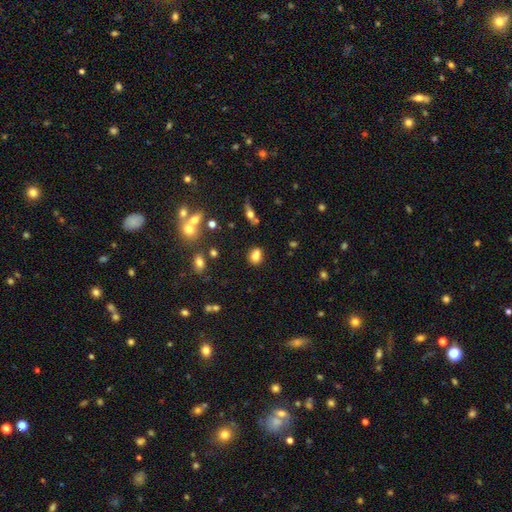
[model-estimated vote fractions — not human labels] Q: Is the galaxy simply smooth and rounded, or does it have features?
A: smooth — 78%.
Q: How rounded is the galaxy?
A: in between — 55%.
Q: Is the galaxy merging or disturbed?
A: none — 58%.